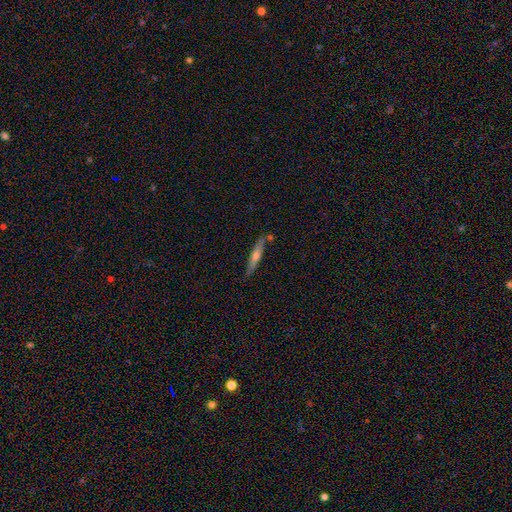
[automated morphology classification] Smooth or featured? featured or disk (58%)
Edge-on disk? yes (94%)
Edge-on bulge? rounded (80%)
Merging? none (80%)